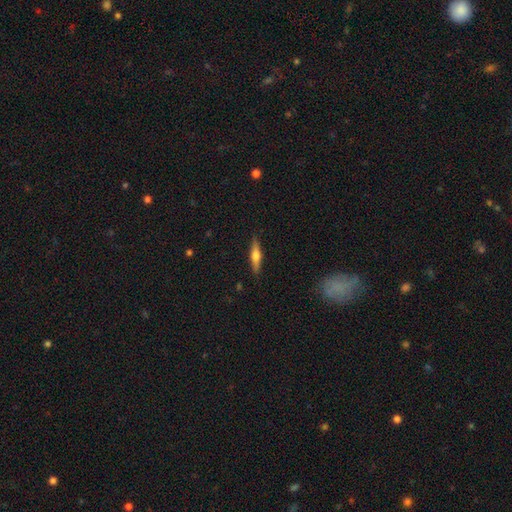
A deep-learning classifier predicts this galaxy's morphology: Smooth or featured? Predicted: featured or disk (p=0.49). Merging? Predicted: none (p=0.89).